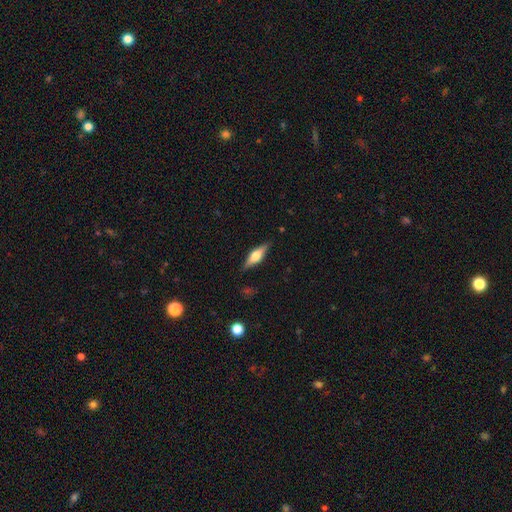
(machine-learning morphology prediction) Overall: featured or disk (56%; smooth 38%). Edge-on disk: yes (95%). Edge-on bulge: rounded (91%). Merging: none (86%).